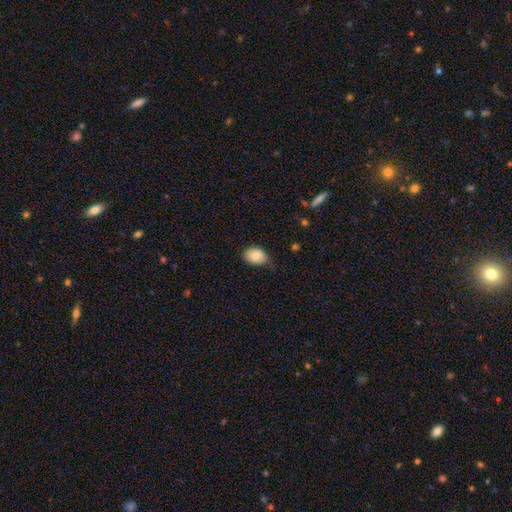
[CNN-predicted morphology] A smooth galaxy with no disk features (84%) that is in between round and cigar-shaped (74%).

Vote fractions:
- Smooth or featured? smooth: 84% / featured or disk: 9% / star or artifact: 8%
- How rounded? in between: 74% / round: 25% / cigar-shaped: 1%
- Merging? none: 60% / minor disturbance: 32% / major disturbance: 6% / merger: 1%